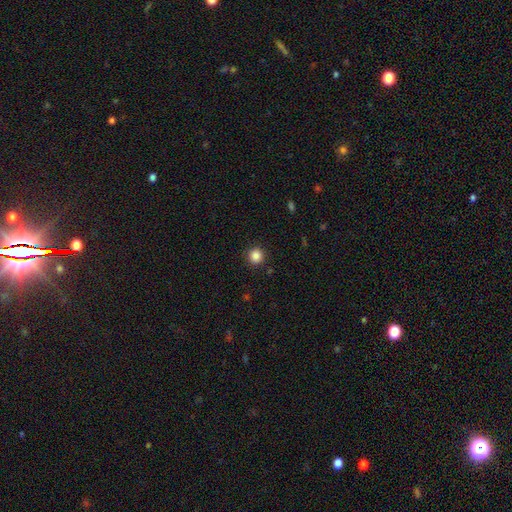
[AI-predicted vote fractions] Smooth or featured?
  - smooth: 86% *
  - star or artifact: 11%
  - featured or disk: 3%
How rounded?
  - round: 94% *
  - in between: 5%
  - cigar-shaped: 1%
Merging?
  - none: 91% *
  - minor disturbance: 6%
  - major disturbance: 2%
  - merger: 1%